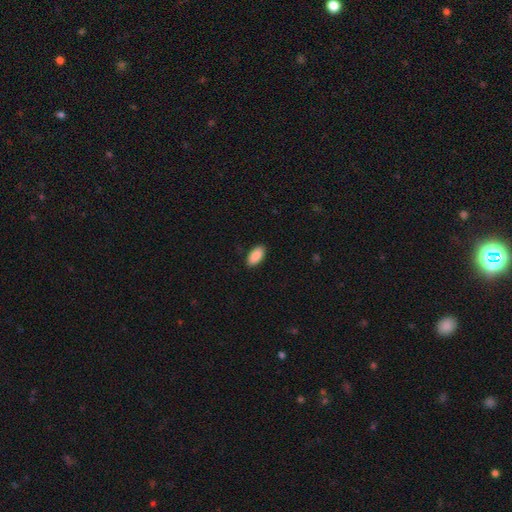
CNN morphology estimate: smooth_or_featured: smooth (p=0.90) [alt: star or artifact p=0.06]
how_rounded: in between (p=0.94) [alt: cigar-shaped p=0.03]
merging: none (p=0.88) [alt: minor disturbance p=0.09]